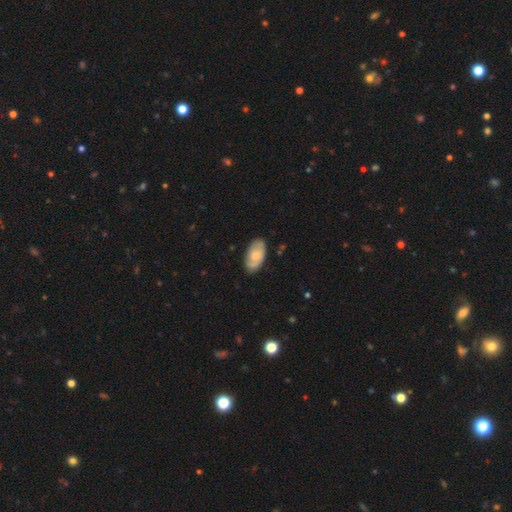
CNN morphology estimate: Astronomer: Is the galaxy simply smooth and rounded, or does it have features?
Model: smooth — 63%.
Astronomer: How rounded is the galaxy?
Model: in between — 94%.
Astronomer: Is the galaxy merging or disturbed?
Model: none — 77%.